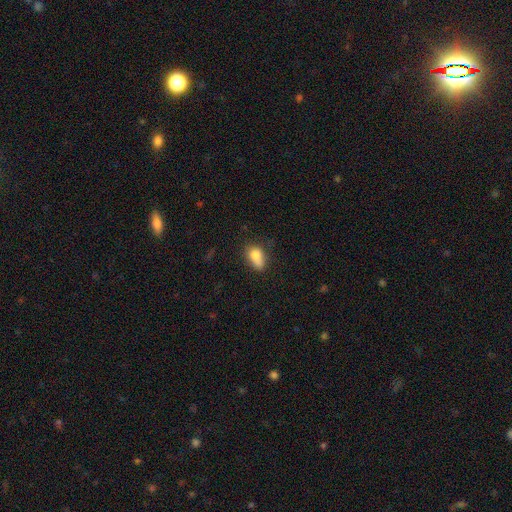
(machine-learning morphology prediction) smooth_or_featured: smooth (p=0.78) [alt: featured or disk p=0.12]
how_rounded: in between (p=0.76) [alt: round p=0.21]
merging: none (p=0.41) [alt: minor disturbance p=0.30]